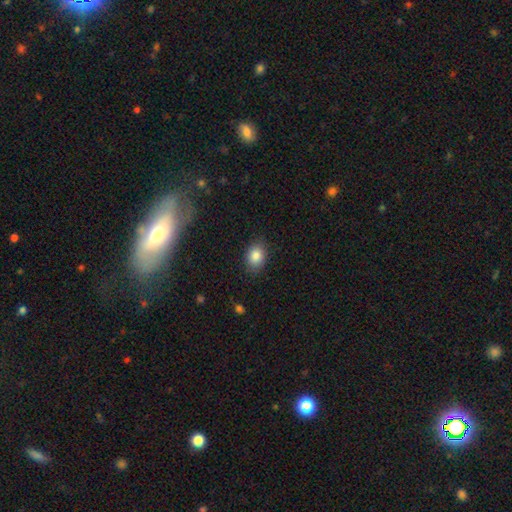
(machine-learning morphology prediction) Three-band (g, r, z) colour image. It shows a smooth galaxy with no disk features (84%) that is in between round and cigar-shaped (64%). Merging: none (84%).